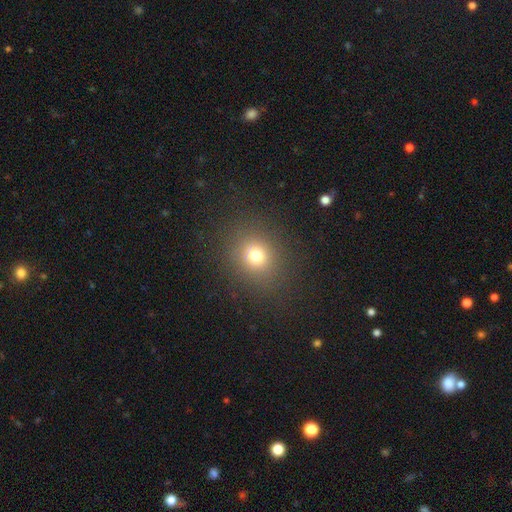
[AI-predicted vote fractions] Smooth or featured?
  - smooth: 73% *
  - star or artifact: 19%
  - featured or disk: 8%
How rounded?
  - round: 78% *
  - in between: 21%
  - cigar-shaped: 1%
Merging?
  - none: 86% *
  - minor disturbance: 8%
  - major disturbance: 5%
  - merger: 1%